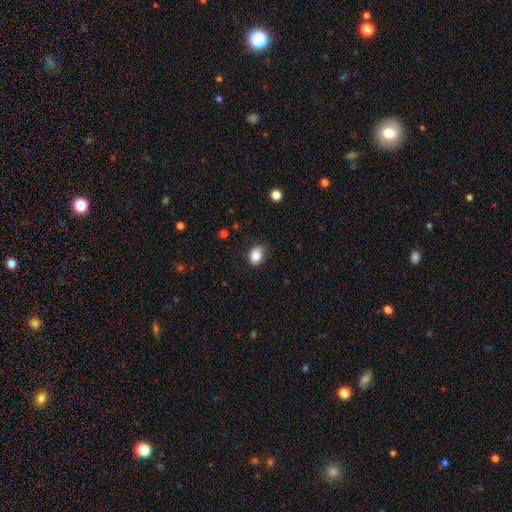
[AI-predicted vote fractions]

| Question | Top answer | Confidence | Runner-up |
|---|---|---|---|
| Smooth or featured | smooth | 87% | star or artifact (9%) |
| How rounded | in between | 62% | round (37%) |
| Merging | none | 72% | minor disturbance (23%) |